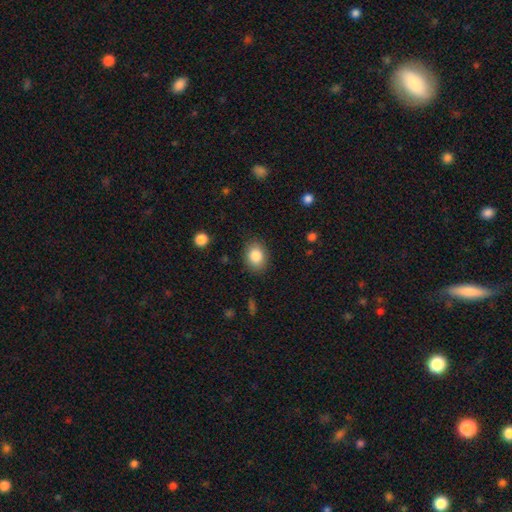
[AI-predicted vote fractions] A smooth galaxy with no disk features (86%) that is in between round and cigar-shaped (57%).

Vote fractions:
- Smooth or featured? smooth: 86% / star or artifact: 8% / featured or disk: 6%
- How rounded? in between: 57% / round: 42% / cigar-shaped: 1%
- Merging? none: 86% / minor disturbance: 10% / major disturbance: 3% / merger: 1%